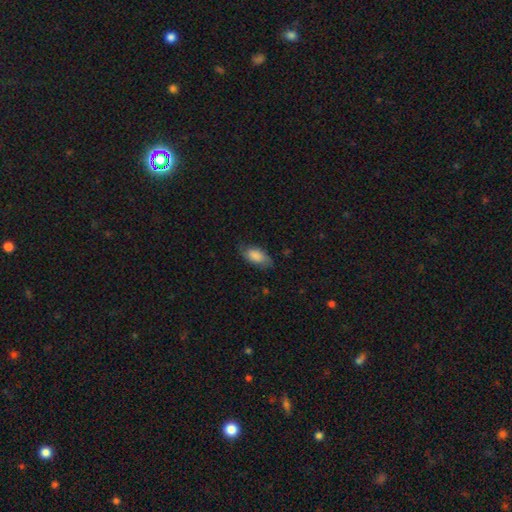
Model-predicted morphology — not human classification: This appears to be a smooth galaxy with no disk features (82%) that is in between round and cigar-shaped (91%). Merging: none (71%).